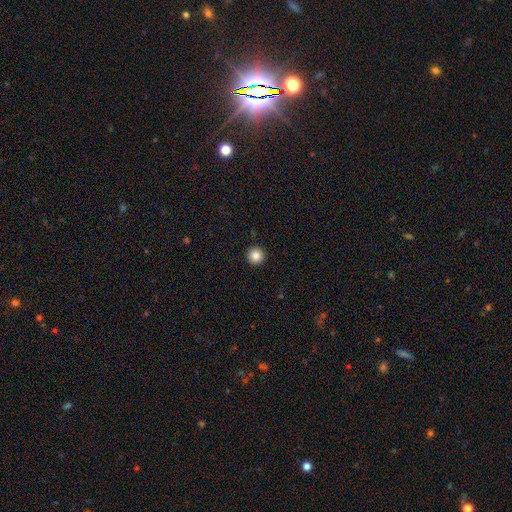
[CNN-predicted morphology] Smooth or featured: smooth — 86% (star or artifact — 10%)
How rounded: round — 96% (in between — 3%)
Merging: none — 94% (minor disturbance — 4%)